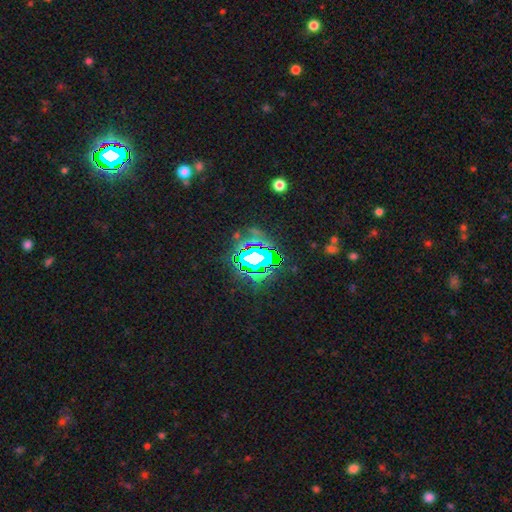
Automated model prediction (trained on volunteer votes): A star or artifact, not a galaxy (83%).

Vote fractions:
- Smooth or featured? star or artifact: 83% / smooth: 11% / featured or disk: 7%